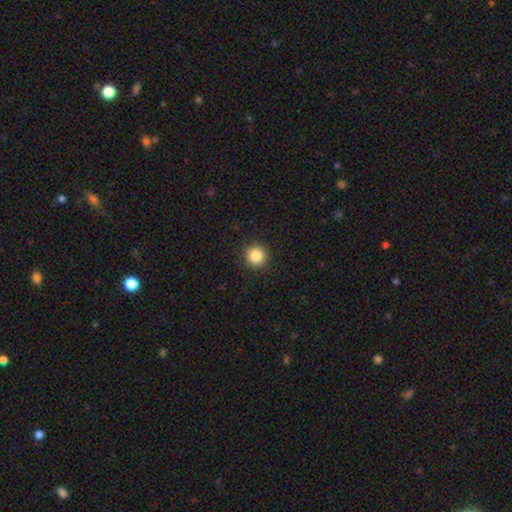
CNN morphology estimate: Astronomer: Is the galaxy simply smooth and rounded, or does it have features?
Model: smooth — 85%.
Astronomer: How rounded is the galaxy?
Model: round — 95%.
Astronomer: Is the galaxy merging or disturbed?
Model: none — 93%.